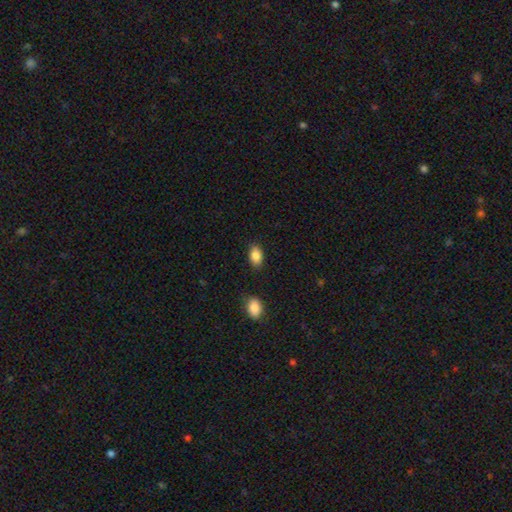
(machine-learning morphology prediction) Overall: smooth (86%). How rounded: in between (89%). Merging: none (85%).